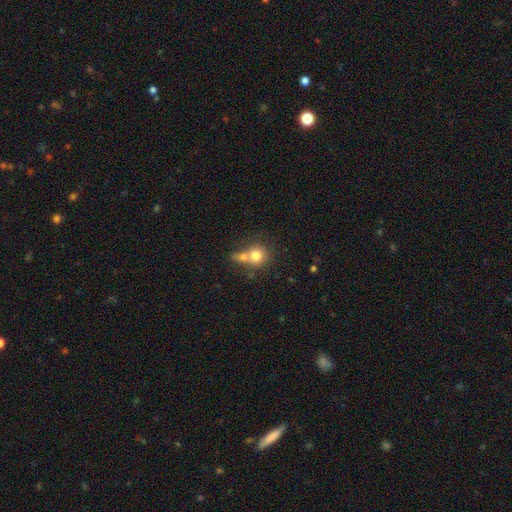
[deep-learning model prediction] Overall: smooth (75%). How rounded: round (83%). Merging: merger (52%; none 35%).